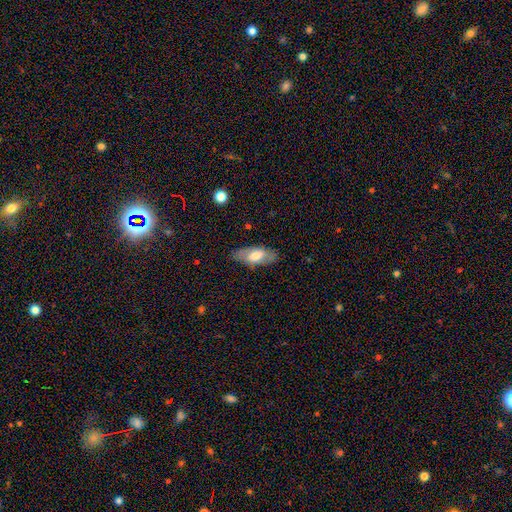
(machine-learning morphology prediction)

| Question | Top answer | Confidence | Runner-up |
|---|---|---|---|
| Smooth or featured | smooth | 62% | featured or disk (32%) |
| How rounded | in between | 84% | cigar-shaped (13%) |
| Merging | none | 79% | minor disturbance (15%) |